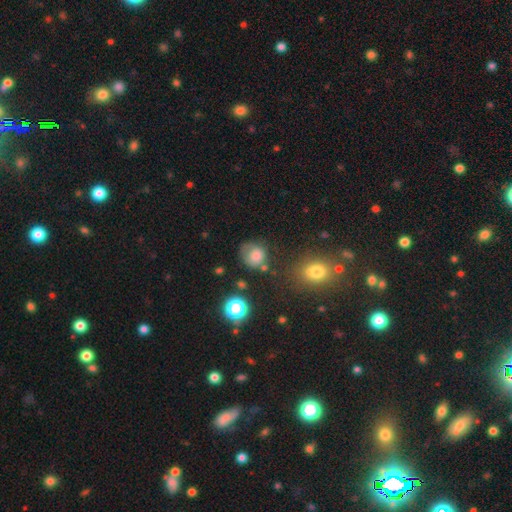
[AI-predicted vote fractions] Morphology: type=smooth (76%); roundness=round (72%); merging=none (49%).